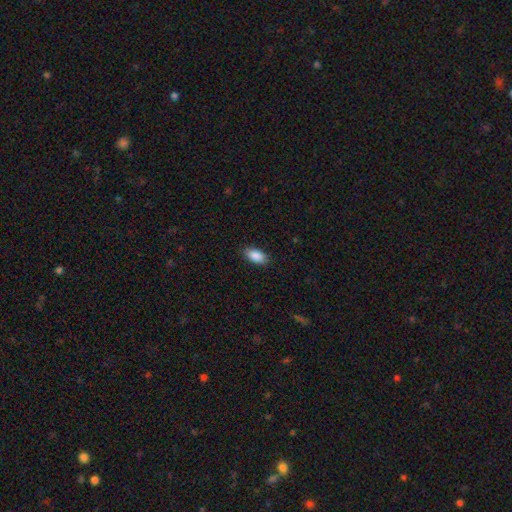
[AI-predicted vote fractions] This is clearly a smooth galaxy (89%). How rounded: clearly in between (93%). Merging: clearly none (89%).